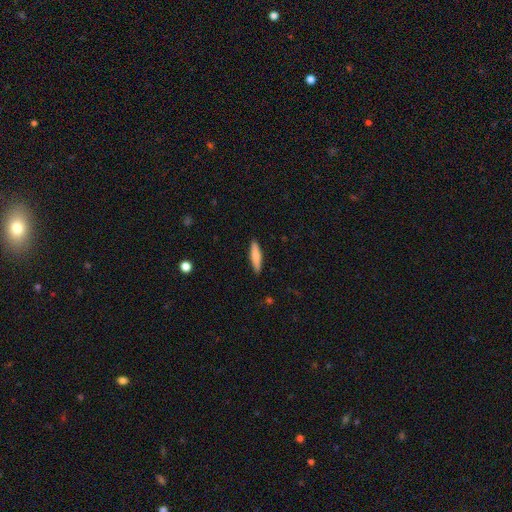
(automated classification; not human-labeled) Smooth or featured: smooth — 75% (featured or disk — 19%)
How rounded: cigar-shaped — 83% (in between — 16%)
Merging: none — 89% (minor disturbance — 8%)